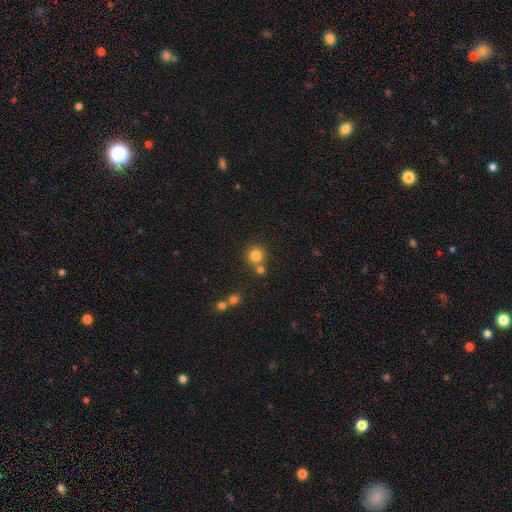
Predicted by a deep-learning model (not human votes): A smooth galaxy with no disk features (81%) that is round (92%).

Vote fractions:
- Smooth or featured? smooth: 81% / star or artifact: 13% / featured or disk: 6%
- How rounded? round: 92% / in between: 7% / cigar-shaped: 1%
- Merging? none: 70% / merger: 19% / minor disturbance: 8% / major disturbance: 3%